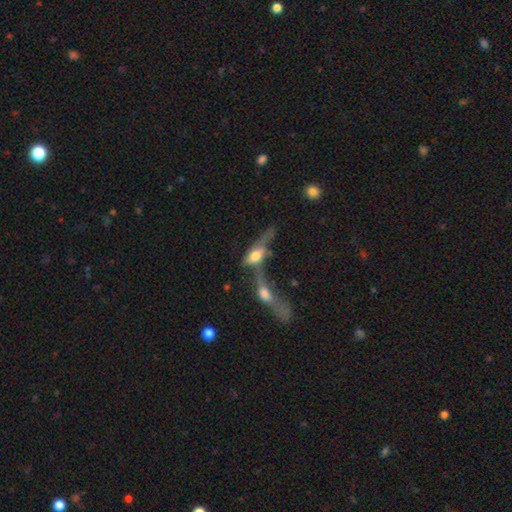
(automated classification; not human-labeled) This is possibly a smooth galaxy (45%). Merging: likely merger (64%).